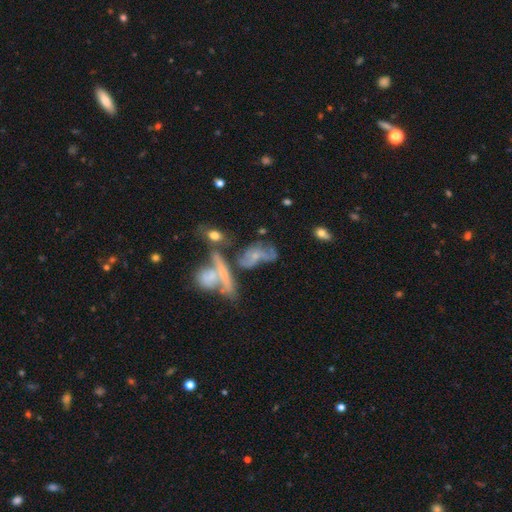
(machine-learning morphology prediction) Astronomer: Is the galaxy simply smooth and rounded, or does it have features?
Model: featured or disk — 51% (runner-up: smooth, 34%).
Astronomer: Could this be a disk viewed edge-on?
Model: no — 87%.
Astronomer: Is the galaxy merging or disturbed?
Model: merger — 31% (runner-up: none, 29%).